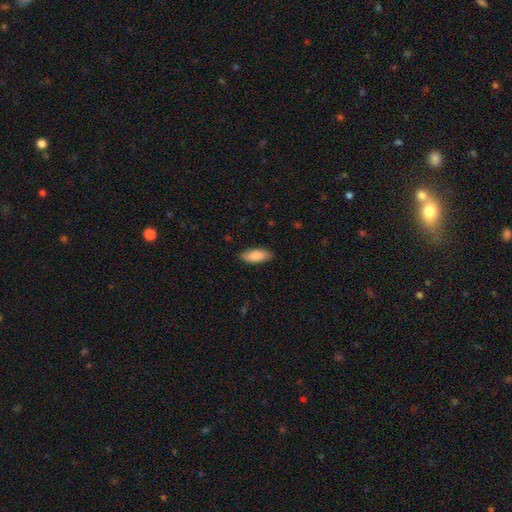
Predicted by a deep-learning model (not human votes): Morphology: type=smooth (87%); roundness=in between (79%); merging=none (86%).